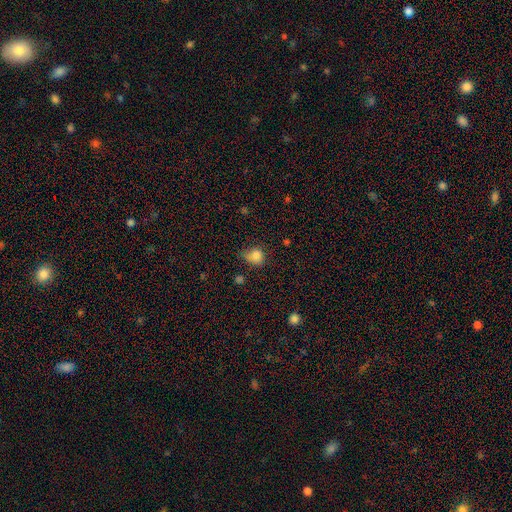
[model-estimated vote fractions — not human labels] This is clearly a smooth galaxy (82%). How rounded: likely round (63%). Merging: possibly none (47%).